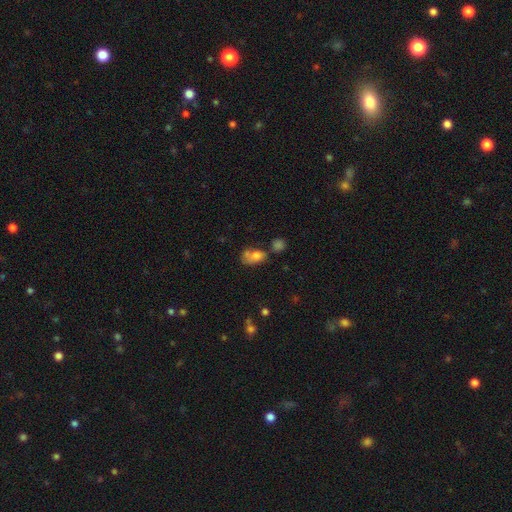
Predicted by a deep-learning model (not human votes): Smooth or featured: smooth — 70% (featured or disk — 18%)
How rounded: in between — 76% (round — 21%)
Merging: none — 31% (tied with merger — 31%)